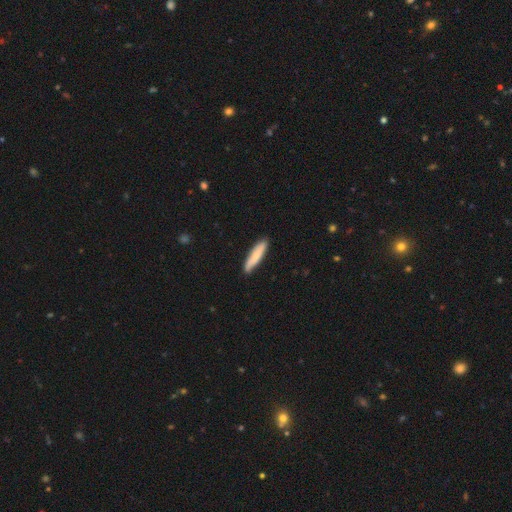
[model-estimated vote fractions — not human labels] A smooth galaxy with no disk features (75%) that is cigar-shaped (84%). Merging: none (87%).